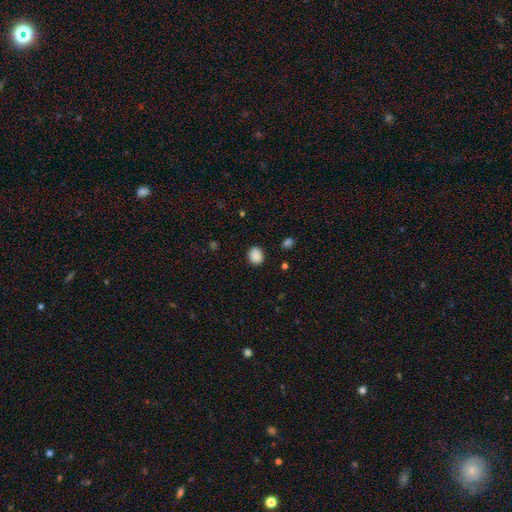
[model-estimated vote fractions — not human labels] This is clearly a smooth galaxy (88%). How rounded: possibly round (59%). Merging: clearly none (86%).